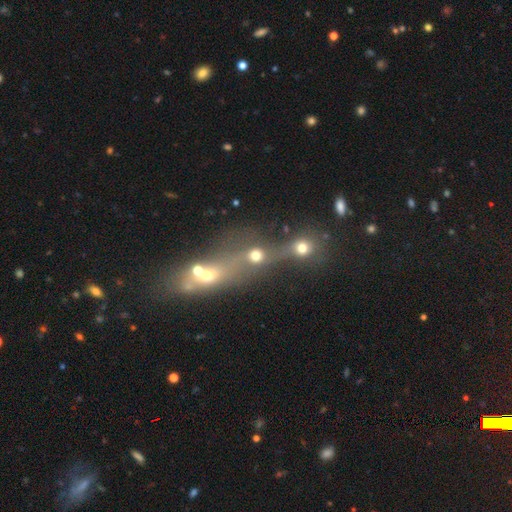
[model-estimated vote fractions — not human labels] Morphology: type=smooth (61%); roundness=round (70%); merging=merger (66%).